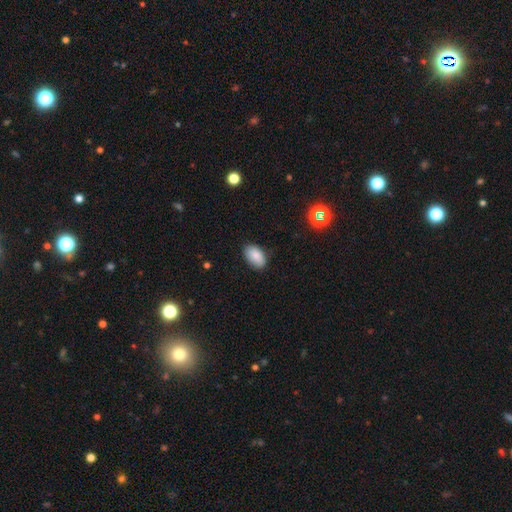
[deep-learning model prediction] Smooth or featured?
  - smooth: 86% *
  - star or artifact: 8%
  - featured or disk: 6%
How rounded?
  - in between: 93% *
  - round: 6%
  - cigar-shaped: 1%
Merging?
  - none: 83% *
  - minor disturbance: 14%
  - major disturbance: 3%
  - merger: 1%